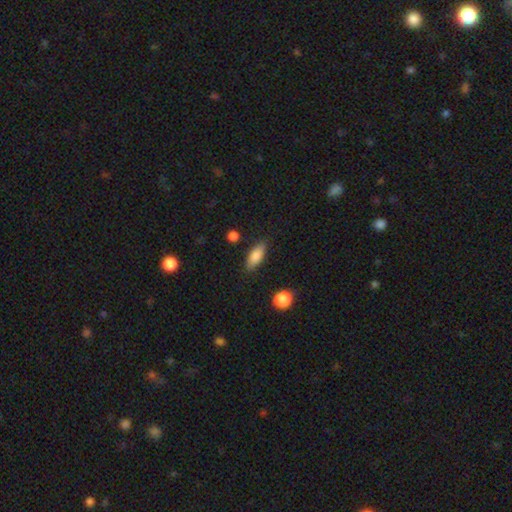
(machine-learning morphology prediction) Smooth or featured? Predicted: smooth (p=0.82). How rounded? Predicted: in between (p=0.75). Merging? Predicted: none (p=0.83).